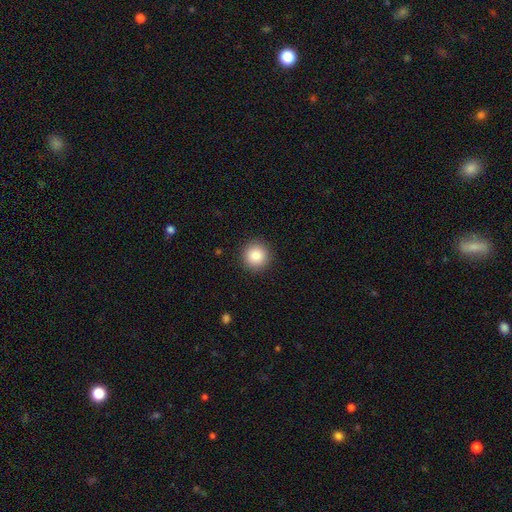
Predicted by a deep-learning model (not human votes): Q: Smooth or featured?
A: smooth (86%); runner-up: star or artifact (9%)
Q: How rounded?
A: round (95%); runner-up: in between (4%)
Q: Merging?
A: none (92%); runner-up: minor disturbance (6%)